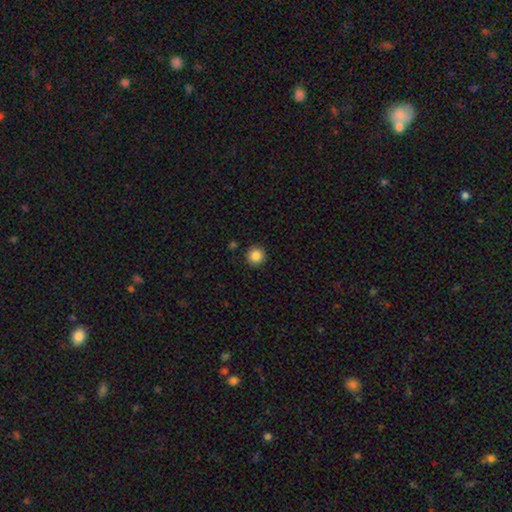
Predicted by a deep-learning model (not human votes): Smooth or featured? Predicted: smooth (p=0.86). How rounded? Predicted: round (p=0.96). Merging? Predicted: none (p=0.91).